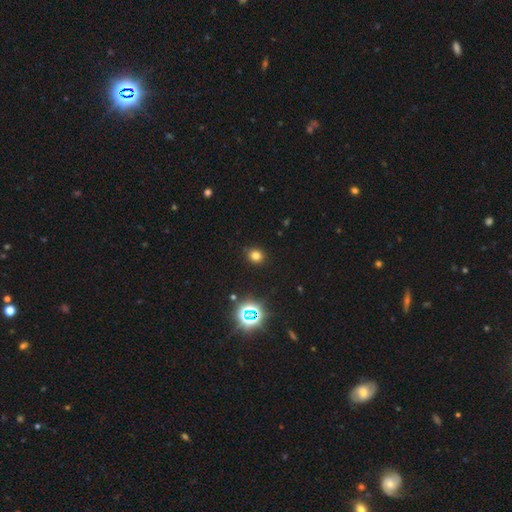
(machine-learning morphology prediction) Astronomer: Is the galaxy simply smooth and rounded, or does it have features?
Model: smooth — 73%.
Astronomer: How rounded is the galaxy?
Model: round — 81%.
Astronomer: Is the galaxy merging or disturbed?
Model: none — 88%.